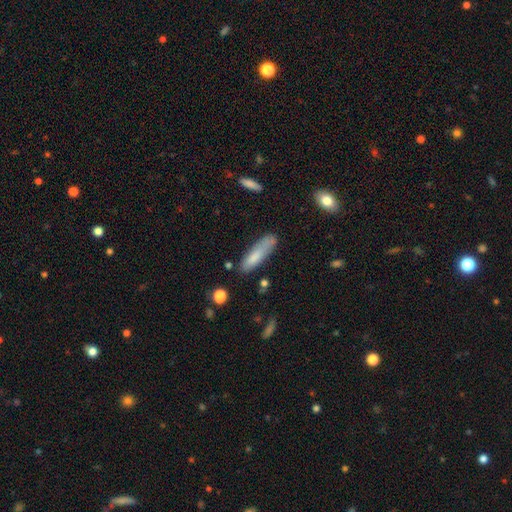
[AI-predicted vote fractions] Smooth or featured? smooth (76%)
How rounded? cigar-shaped (69%)
Merging? none (62%)